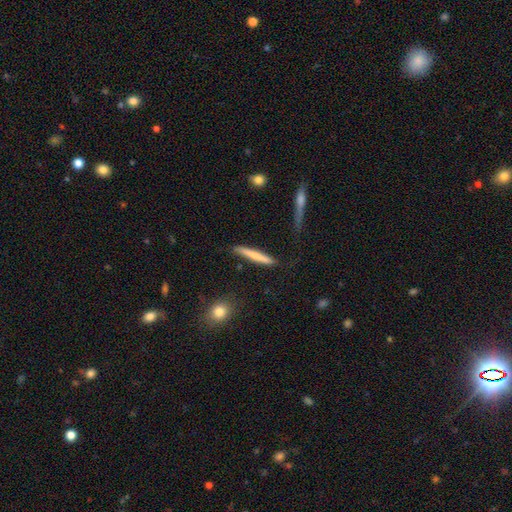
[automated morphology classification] smooth 64%, featured or disk 30%, star or artifact 6%. Down the decision tree: how rounded — cigar-shaped (95%); merging — none (84%).